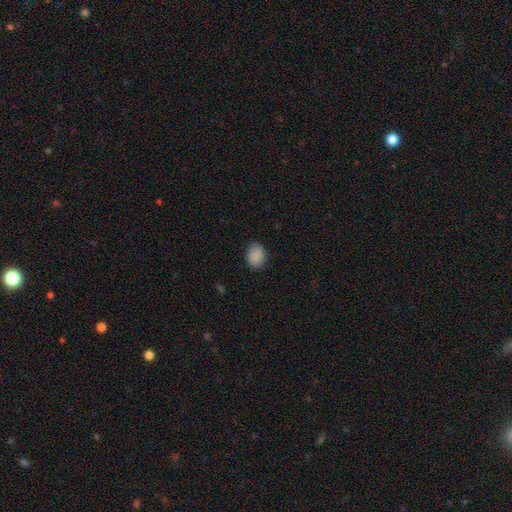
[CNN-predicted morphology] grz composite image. It shows a smooth galaxy with no disk features (88%) that is in between round and cigar-shaped (57%). Merging: none (82%).